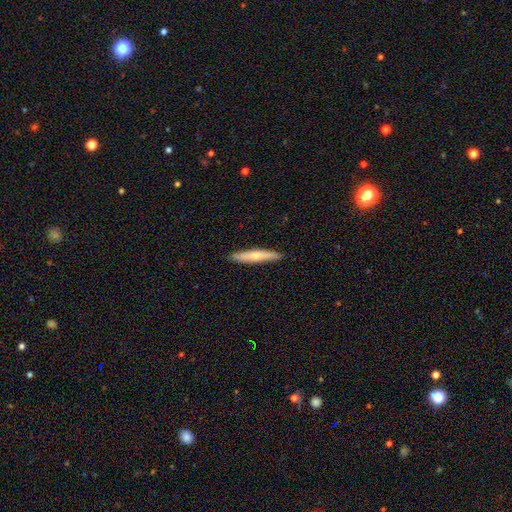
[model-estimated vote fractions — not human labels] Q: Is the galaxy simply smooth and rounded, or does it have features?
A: smooth — 58%.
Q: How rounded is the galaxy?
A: cigar-shaped — 91%.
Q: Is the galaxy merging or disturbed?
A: none — 90%.